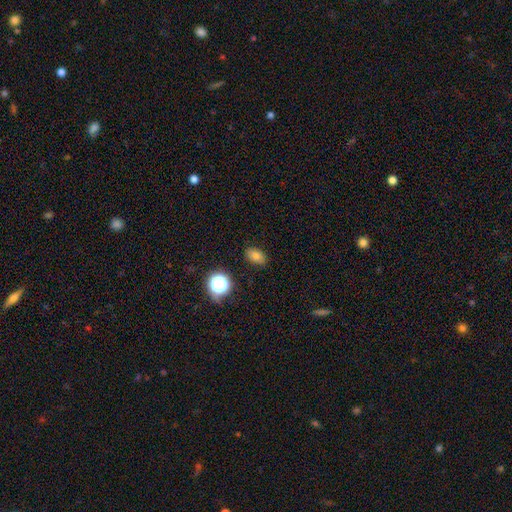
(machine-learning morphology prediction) Smooth or featured? Predicted: smooth (p=0.76). How rounded? Predicted: in between (p=0.82). Merging? Predicted: none (p=0.85).